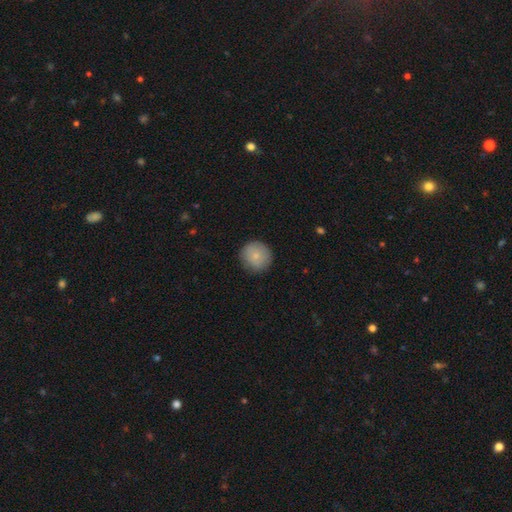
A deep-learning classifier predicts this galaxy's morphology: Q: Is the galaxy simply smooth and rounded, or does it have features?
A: smooth — 81%.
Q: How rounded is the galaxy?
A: round — 92%.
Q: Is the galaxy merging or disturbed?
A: none — 86%.